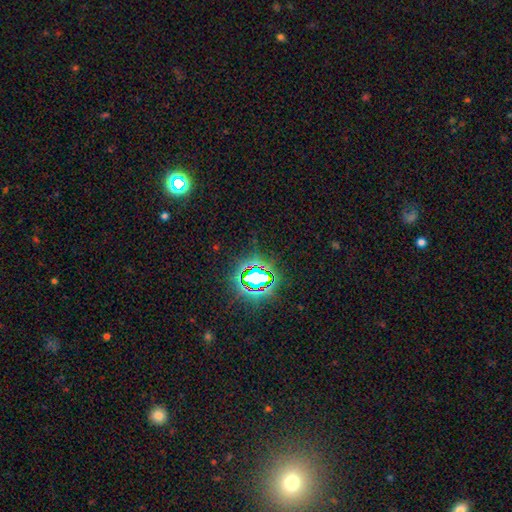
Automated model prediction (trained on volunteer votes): Smooth or featured? star or artifact (77%)